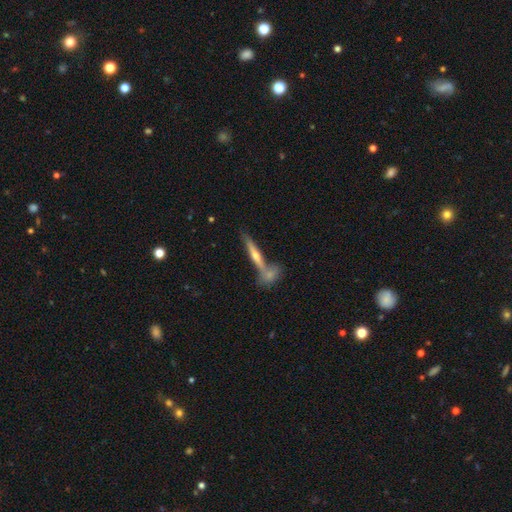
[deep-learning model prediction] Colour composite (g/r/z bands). It shows a featured or disk galaxy (67%) viewed edge-on (94%) with a rounded central bulge (84%). Merging: none (63%).